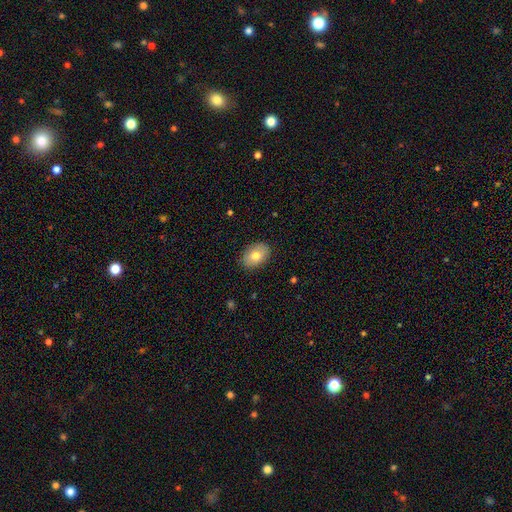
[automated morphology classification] Smooth or featured?
  - smooth: 77% *
  - featured or disk: 16%
  - star or artifact: 7%
How rounded?
  - in between: 84% *
  - round: 15%
  - cigar-shaped: 1%
Merging?
  - none: 87% *
  - minor disturbance: 10%
  - major disturbance: 2%
  - merger: 1%